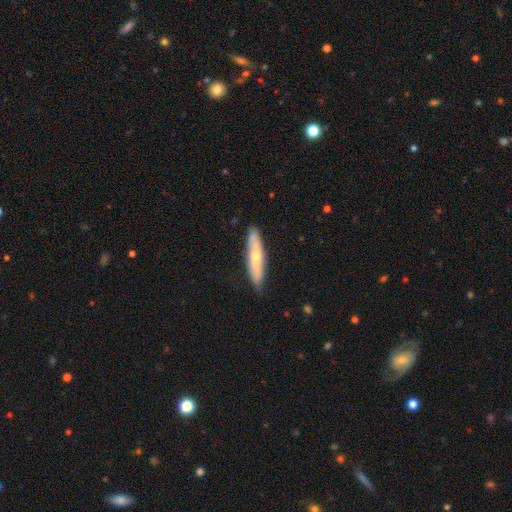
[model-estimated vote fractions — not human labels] smooth 49%, featured or disk 45%, star or artifact 6%. Down the decision tree: merging — none (82%).